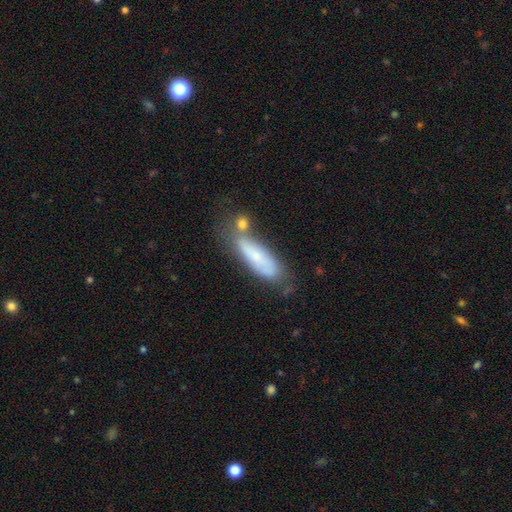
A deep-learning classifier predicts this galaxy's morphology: type=smooth (62%); roundness=cigar-shaped (59%); merging=none (52%).